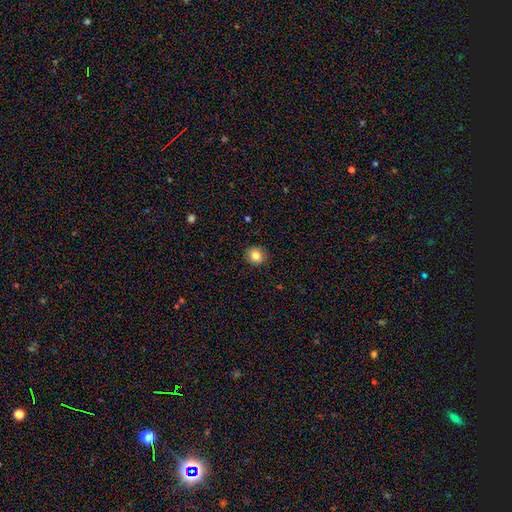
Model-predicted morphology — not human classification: Overall: smooth (83%). How rounded: round (81%). Merging: none (90%).